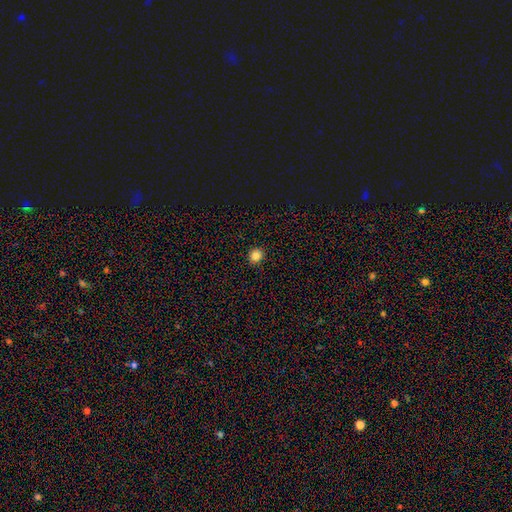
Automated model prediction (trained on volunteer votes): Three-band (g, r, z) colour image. It shows a smooth galaxy with no disk features (83%) that is round (85%). Merging: none (92%).